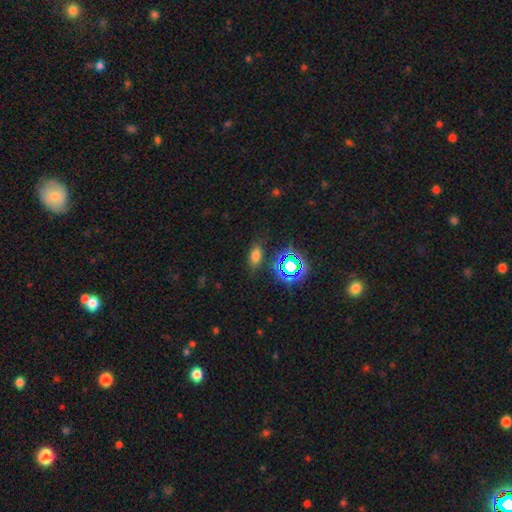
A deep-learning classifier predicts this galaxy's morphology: smooth-or-featured: smooth: 66% | star or artifact: 26% | featured or disk: 8%
  how-rounded: in between: 82% | round: 11% | cigar-shaped: 7%
  merging: none: 81% | minor disturbance: 12% | major disturbance: 4% | merger: 3%